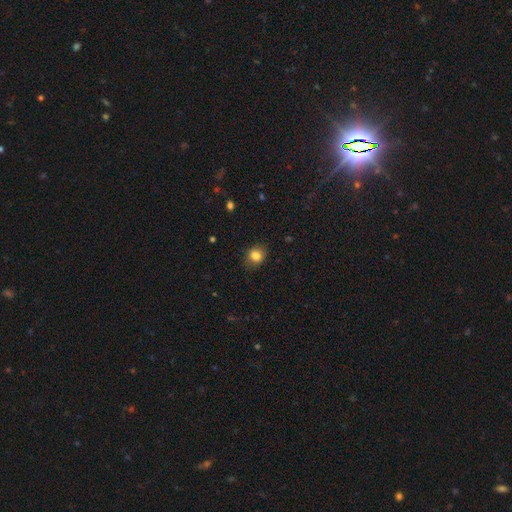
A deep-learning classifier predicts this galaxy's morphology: Smooth or featured? smooth (83%)
How rounded? round (65%)
Merging? none (82%)